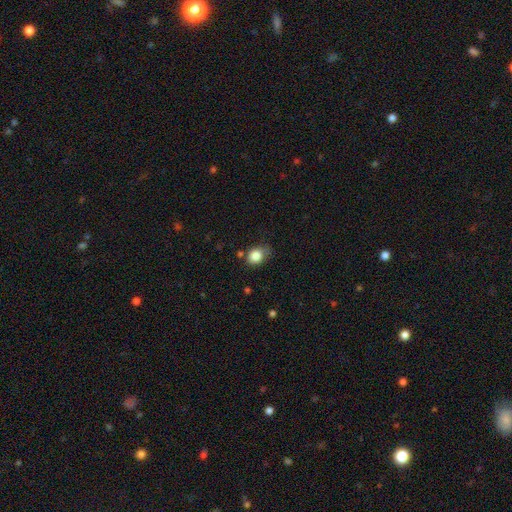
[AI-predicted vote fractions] This is clearly a smooth galaxy (84%). How rounded: possibly round (55%). Merging: possibly none (57%).